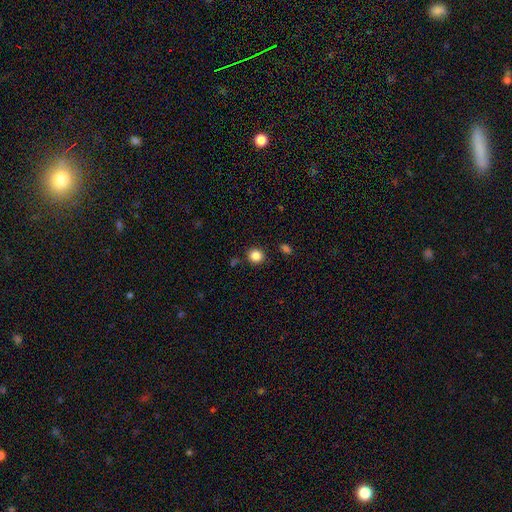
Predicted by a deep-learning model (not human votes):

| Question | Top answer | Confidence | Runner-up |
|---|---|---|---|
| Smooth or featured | smooth | 85% | star or artifact (11%) |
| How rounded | round | 90% | in between (9%) |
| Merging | none | 88% | minor disturbance (7%) |